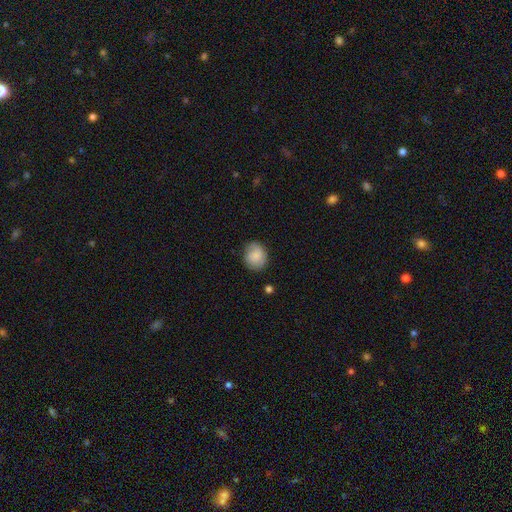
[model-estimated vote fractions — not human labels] Smooth or featured: smooth — 82% (featured or disk — 10%)
How rounded: round — 64% (in between — 35%)
Merging: none — 75% (minor disturbance — 19%)